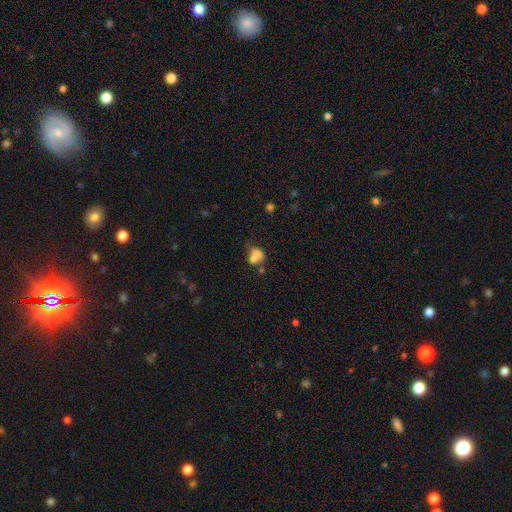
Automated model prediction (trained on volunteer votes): Overall: smooth (67%). How rounded: in between (59%; round 39%). Merging: merger (58%; none 24%).